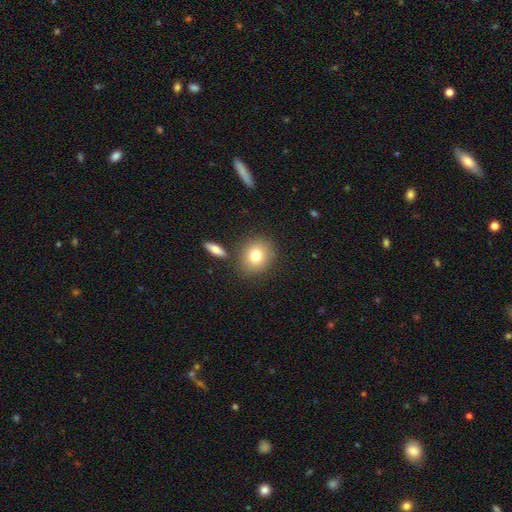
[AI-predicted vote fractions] Smooth or featured? smooth (78%)
How rounded? round (70%)
Merging? none (81%)